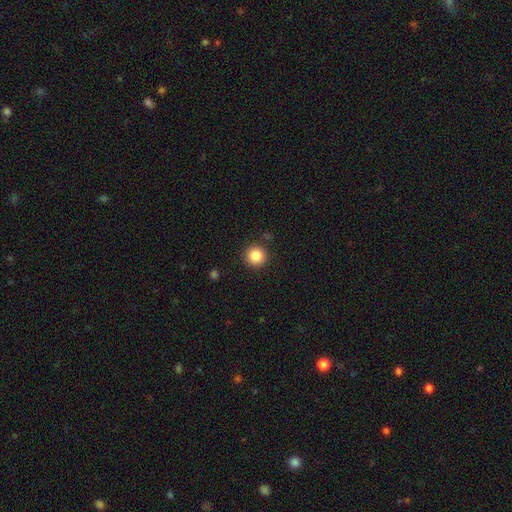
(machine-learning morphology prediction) Overall: smooth (86%). How rounded: round (95%). Merging: none (90%).